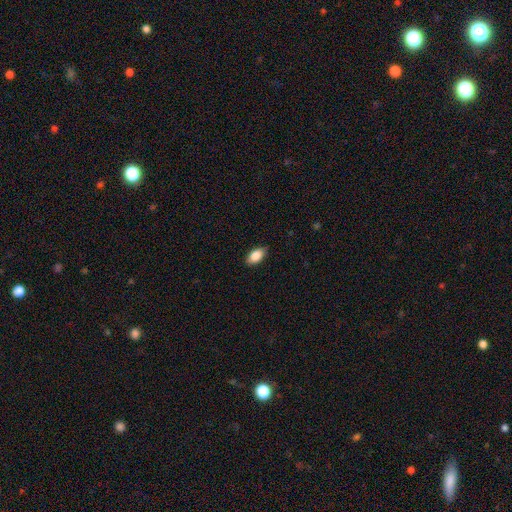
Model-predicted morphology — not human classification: type=smooth (87%); roundness=in between (92%); merging=none (87%).